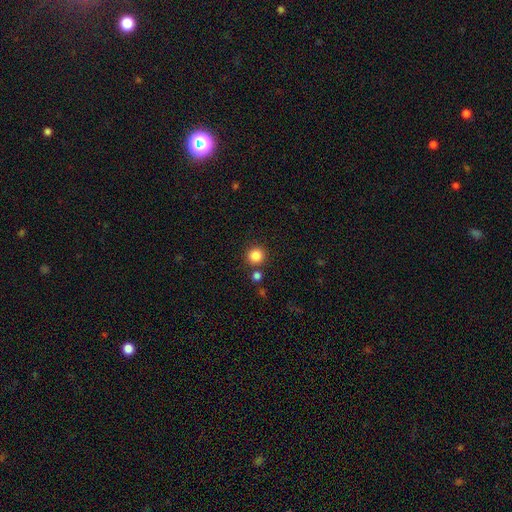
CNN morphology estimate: The model was most divided on "merging": none: 81%, merger: 9%, minor disturbance: 7%, major disturbance: 3%. More confident: how rounded — round (93%); smooth or featured — smooth (85%).